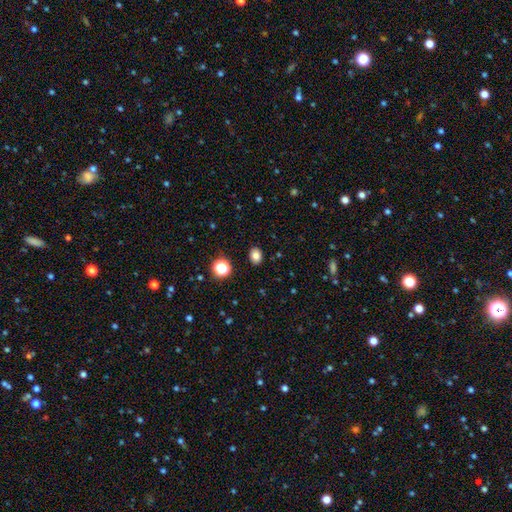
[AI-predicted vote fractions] This is clearly a smooth galaxy (81%). How rounded: likely in between (60%). Merging: clearly none (89%).